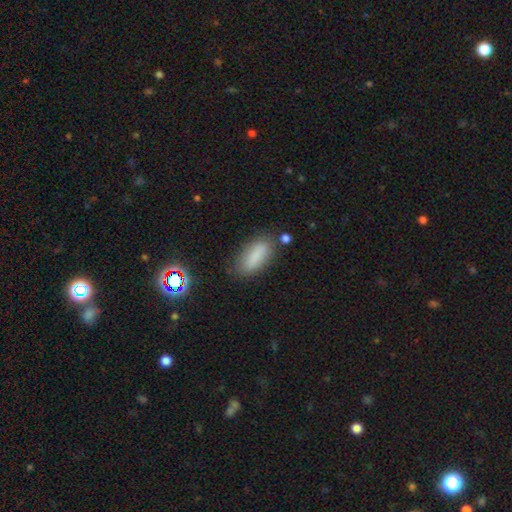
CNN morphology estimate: Smooth or featured?
  - smooth: 80% *
  - star or artifact: 11%
  - featured or disk: 9%
How rounded?
  - in between: 75% *
  - cigar-shaped: 22%
  - round: 3%
Merging?
  - none: 75% *
  - minor disturbance: 16%
  - major disturbance: 5%
  - merger: 4%